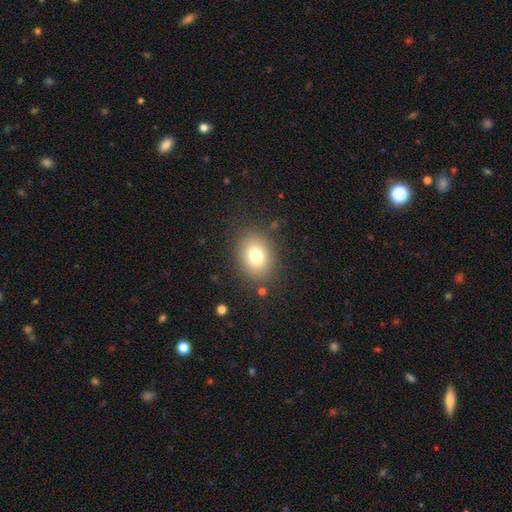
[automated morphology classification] Smooth or featured?
  - smooth: 78% *
  - star or artifact: 11%
  - featured or disk: 11%
How rounded?
  - in between: 59% *
  - round: 41%
  - cigar-shaped: 1%
Merging?
  - none: 84% *
  - minor disturbance: 10%
  - major disturbance: 4%
  - merger: 2%